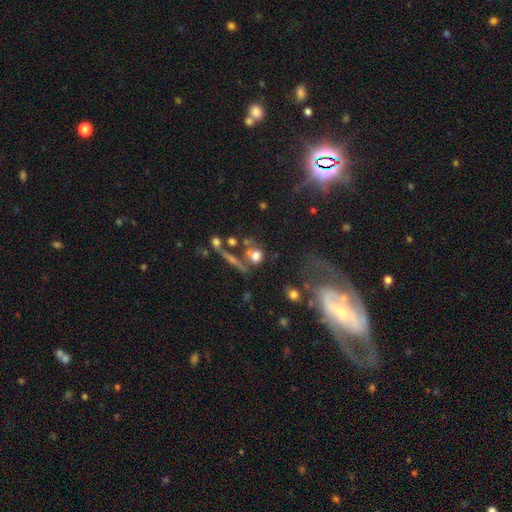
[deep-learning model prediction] smooth-or-featured: smooth: 68% | featured or disk: 18% | star or artifact: 15%
  how-rounded: round: 66% | in between: 28% | cigar-shaped: 6%
  merging: none: 49% | merger: 25% | minor disturbance: 14% | major disturbance: 12%